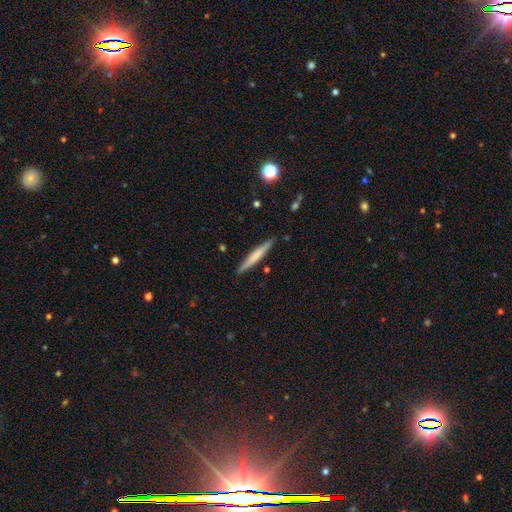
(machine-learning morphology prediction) Smooth or featured?
  - smooth: 56% *
  - featured or disk: 38%
  - star or artifact: 6%
How rounded?
  - cigar-shaped: 95% *
  - in between: 3%
  - round: 1%
Merging?
  - none: 90% *
  - minor disturbance: 8%
  - major disturbance: 1%
  - merger: 1%